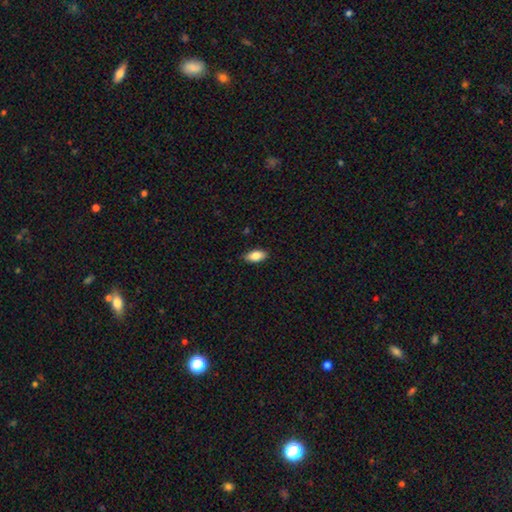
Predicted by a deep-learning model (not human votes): A smooth galaxy with no disk features (85%) that is in between round and cigar-shaped (91%).

Vote fractions:
- Smooth or featured? smooth: 85% / featured or disk: 8% / star or artifact: 7%
- How rounded? in between: 91% / cigar-shaped: 6% / round: 3%
- Merging? none: 86% / minor disturbance: 11% / major disturbance: 2% / merger: 1%